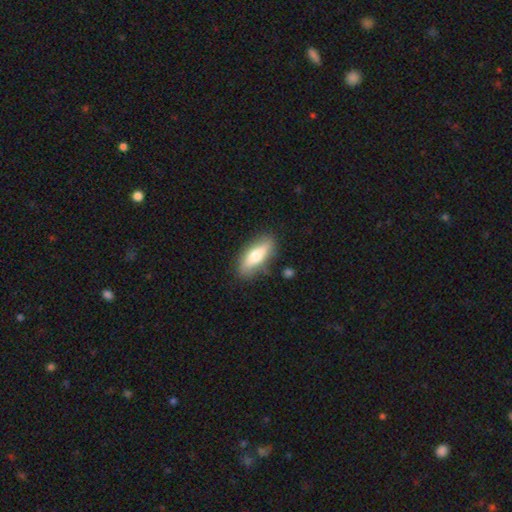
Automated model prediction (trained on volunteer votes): smooth-or-featured: smooth: 65% | featured or disk: 29% | star or artifact: 6%
  how-rounded: in between: 64% | cigar-shaped: 33% | round: 3%
  merging: none: 80% | minor disturbance: 14% | major disturbance: 3% | merger: 2%